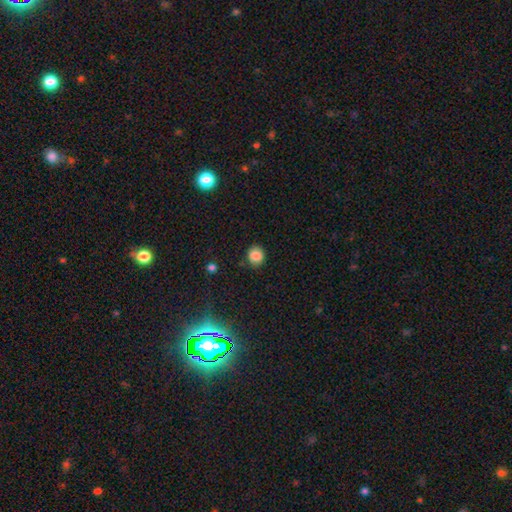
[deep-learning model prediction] Morphology: type=smooth (85%); roundness=round (71%); merging=none (84%).